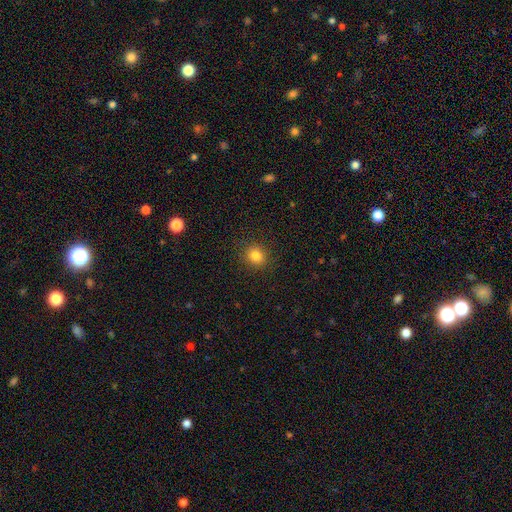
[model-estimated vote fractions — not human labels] Q: Smooth or featured?
A: smooth (83%); runner-up: star or artifact (12%)
Q: How rounded?
A: round (82%); runner-up: in between (17%)
Q: Merging?
A: none (89%); runner-up: minor disturbance (7%)